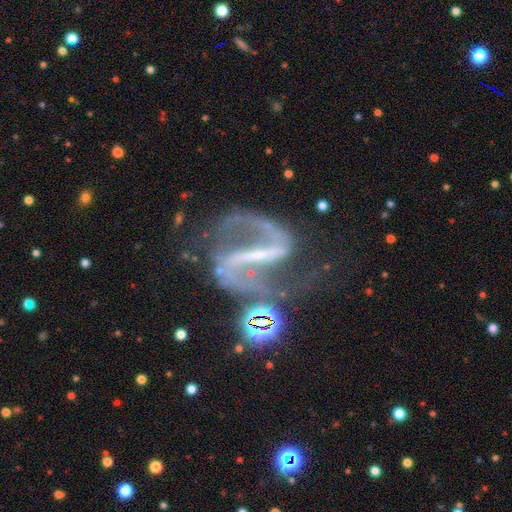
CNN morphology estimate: featured or disk 89%, star or artifact 7%, smooth 3%. Down the decision tree: edge-on disk — no (96%); bar — strong (81%); spiral arms — yes (96%); spiral arm count — 2 (93%); spiral winding — medium (49%); bulge size — small (55%); merging — none (58%).